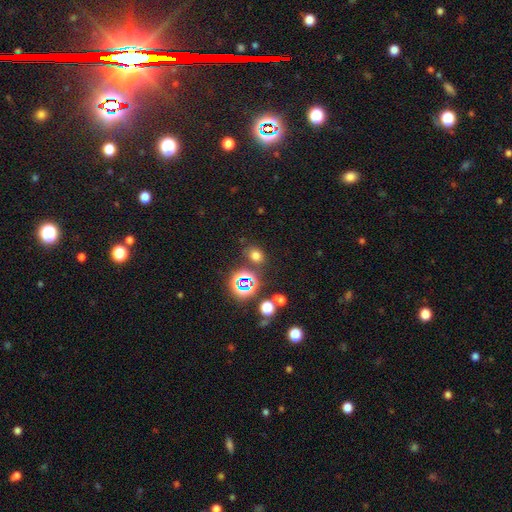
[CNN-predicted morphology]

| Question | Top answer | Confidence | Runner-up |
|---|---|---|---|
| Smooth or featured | smooth | 64% | star or artifact (29%) |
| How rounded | round | 57% | in between (42%) |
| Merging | none | 77% | minor disturbance (12%) |